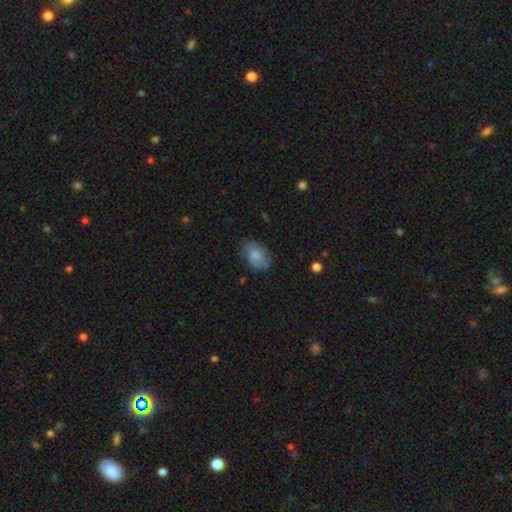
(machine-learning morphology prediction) type=smooth (71%); roundness=in between (81%); merging=none (65%).